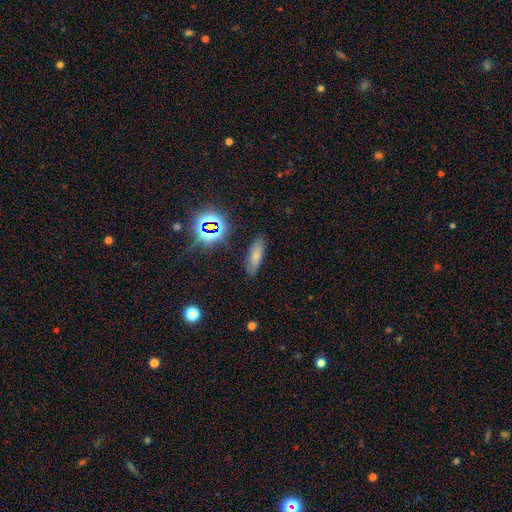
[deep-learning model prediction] smooth 70%, star or artifact 17%, featured or disk 14%. Down the decision tree: how rounded — in between (53%); merging — none (85%).